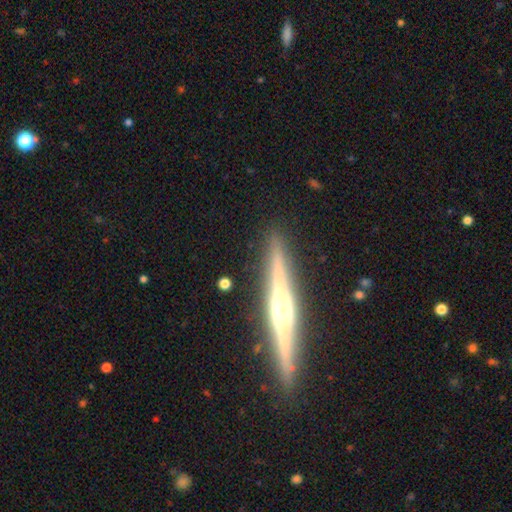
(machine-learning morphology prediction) This appears to be a featured or disk galaxy (84%) viewed edge-on (98%) with a rounded central bulge (85%). Merging: none (92%).